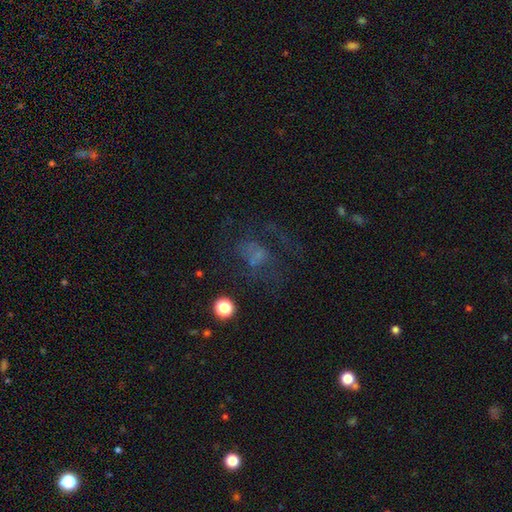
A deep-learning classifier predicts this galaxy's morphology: Smooth or featured?
  - featured or disk: 43% *
  - smooth: 31%
  - star or artifact: 27%
Merging?
  - none: 41% *
  - major disturbance: 36%
  - minor disturbance: 16%
  - merger: 7%